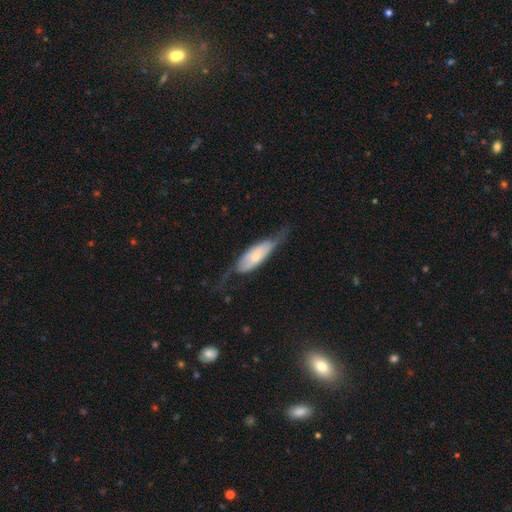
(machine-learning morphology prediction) This appears to be a featured or disk galaxy (56%). Merging: none (47%).